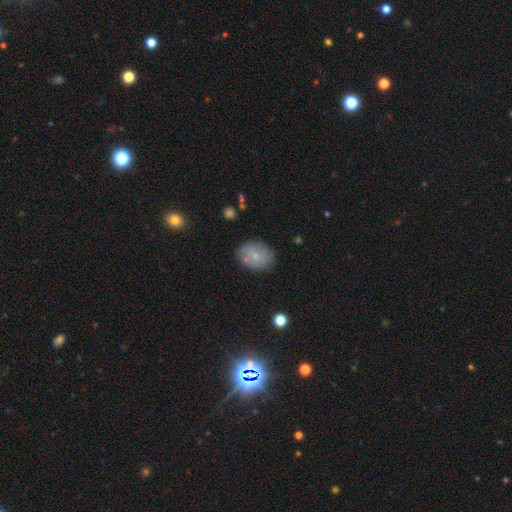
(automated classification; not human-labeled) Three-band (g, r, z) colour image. It shows a smooth galaxy with no disk features (72%) that is in between round and cigar-shaped (62%). Merging: none (78%).